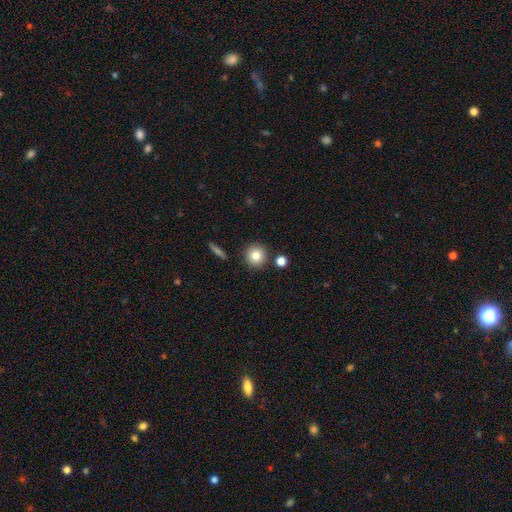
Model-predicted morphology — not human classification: smooth-or-featured: smooth: 82% | star or artifact: 10% | featured or disk: 8%
  how-rounded: round: 93% | in between: 6% | cigar-shaped: 1%
  merging: none: 86% | minor disturbance: 7% | merger: 5% | major disturbance: 2%